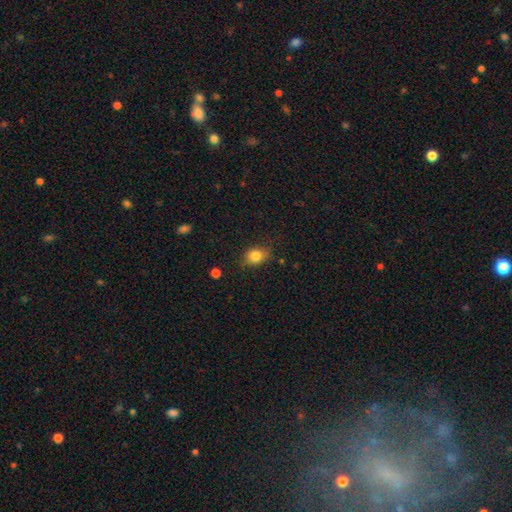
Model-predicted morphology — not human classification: Smooth or featured?
  - smooth: 82% *
  - star or artifact: 10%
  - featured or disk: 8%
How rounded?
  - in between: 55% *
  - round: 44%
  - cigar-shaped: 1%
Merging?
  - none: 76% *
  - minor disturbance: 19%
  - major disturbance: 4%
  - merger: 1%